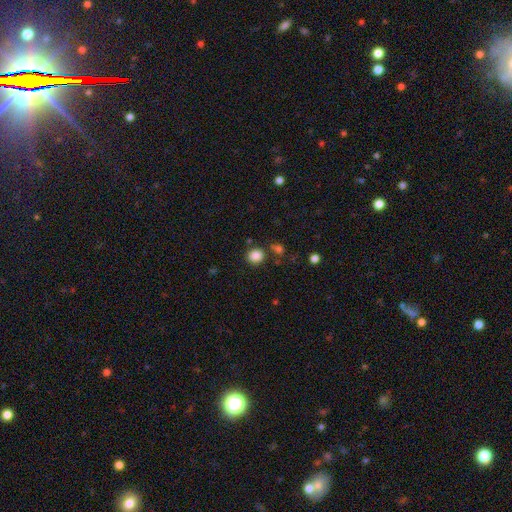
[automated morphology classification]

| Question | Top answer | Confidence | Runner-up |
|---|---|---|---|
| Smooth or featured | smooth | 86% | star or artifact (11%) |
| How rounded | round | 79% | in between (20%) |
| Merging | none | 81% | minor disturbance (9%) |